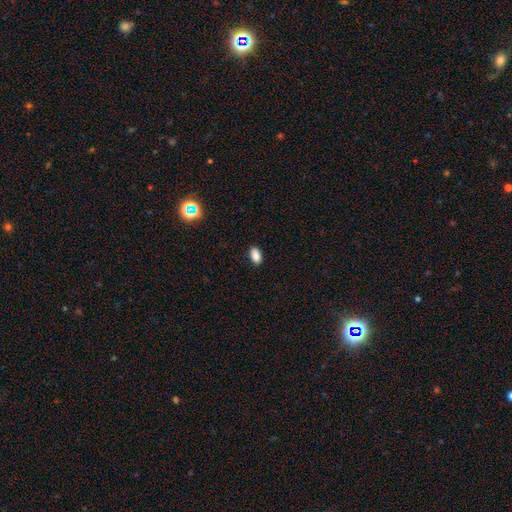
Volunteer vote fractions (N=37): Smooth or featured? 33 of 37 (89%) said smooth. How rounded? 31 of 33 (94%) said in between. Merging? 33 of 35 (94%) said none.